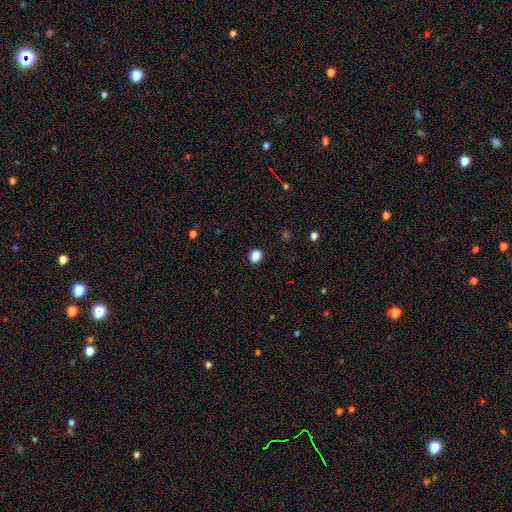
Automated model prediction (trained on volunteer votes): Smooth or featured? Predicted: smooth (p=0.87). How rounded? Predicted: round (p=0.56). Merging? Predicted: none (p=0.90).